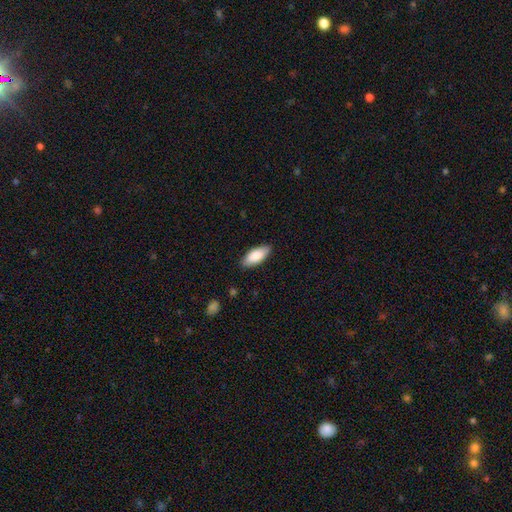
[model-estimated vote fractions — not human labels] A smooth galaxy with no disk features (85%) that is in between round and cigar-shaped (86%). Merging: none (86%).